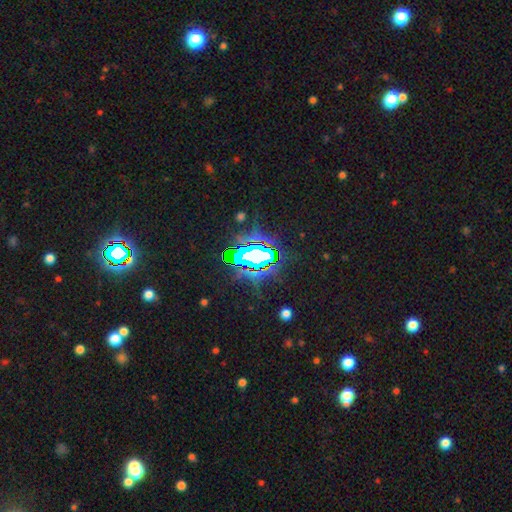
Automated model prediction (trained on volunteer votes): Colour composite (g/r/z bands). It shows a star or artifact, not a galaxy (70%).